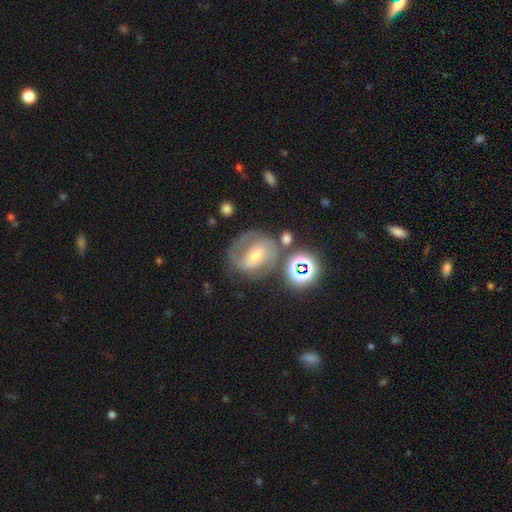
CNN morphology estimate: Overall: featured or disk (67%). Edge-on disk: no (96%). Bar: weak (39%; no 32%). Spiral arms: yes (84%). Spiral arm count: 2 (65%). Spiral winding: medium (43%; tight 42%). Bulge size: moderate (48%; small 45%). Merging: none (59%).